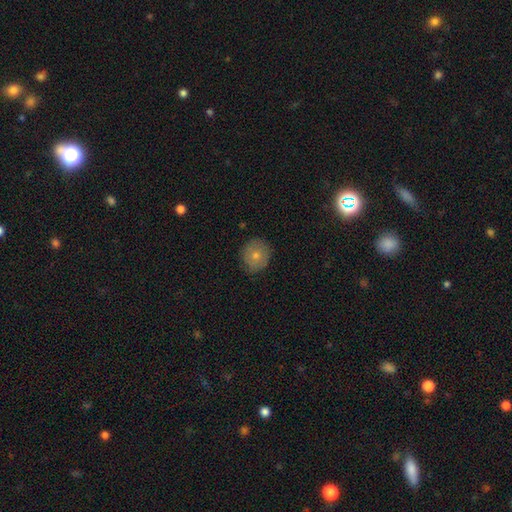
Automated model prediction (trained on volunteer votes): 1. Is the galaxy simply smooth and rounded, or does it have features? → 72% smooth, 20% featured or disk, 8% star or artifact.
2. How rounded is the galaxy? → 83% round, 16% in between, 1% cigar-shaped.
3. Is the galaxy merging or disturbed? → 84% none, 13% minor disturbance, 2% major disturbance, 1% merger.